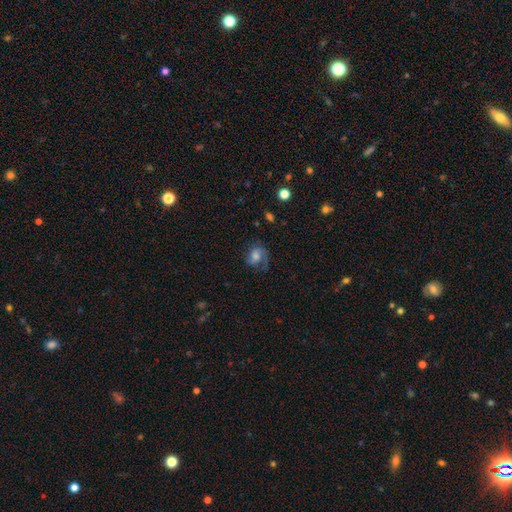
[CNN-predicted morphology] This appears to be a featured or disk galaxy (53%) with no bar (59%), spiral arms (85%) and a moderate central bulge (47%). Merging: none (54%).